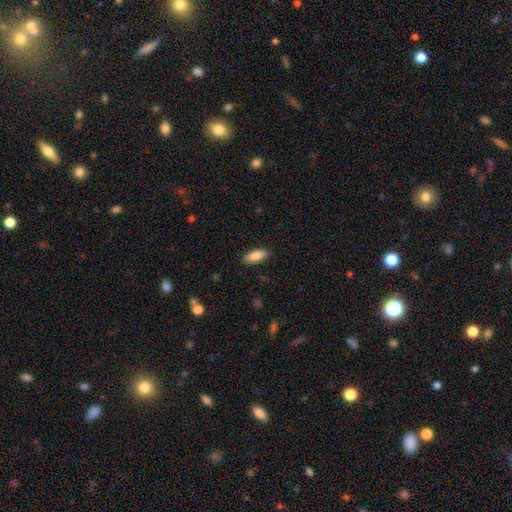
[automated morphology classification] type=smooth (84%); roundness=in between (73%); merging=none (88%).